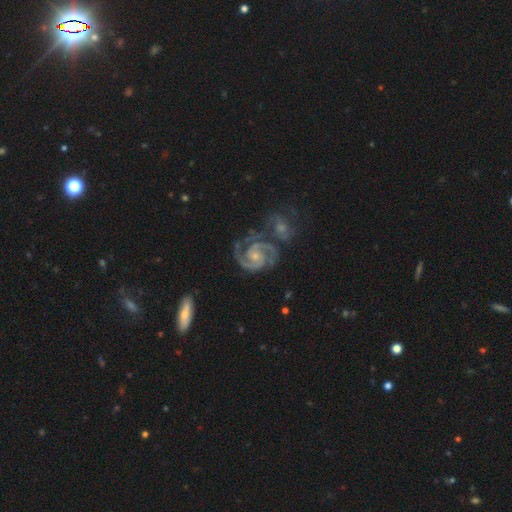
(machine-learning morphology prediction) smooth-or-featured: featured or disk: 93% | star or artifact: 4% | smooth: 3%
  disk-edge-on: no: 98% | yes: 2%
    bar: no: 65% | weak: 27% | strong: 8%
    has-spiral-arms: yes: 99% | no: 1%
      spiral-winding: tight: 51% | medium: 44% | loose: 5%
      spiral-arm-count: 2: 82% | 3: 10% | can't tell: 2% | 1: 2% | 4: 2% | more than 4: 2%
    bulge-size: small: 63% | moderate: 30% | none: 4% | large: 2% | dominant: 1%
  merging: none: 55% | merger: 18% | minor disturbance: 18% | major disturbance: 8%